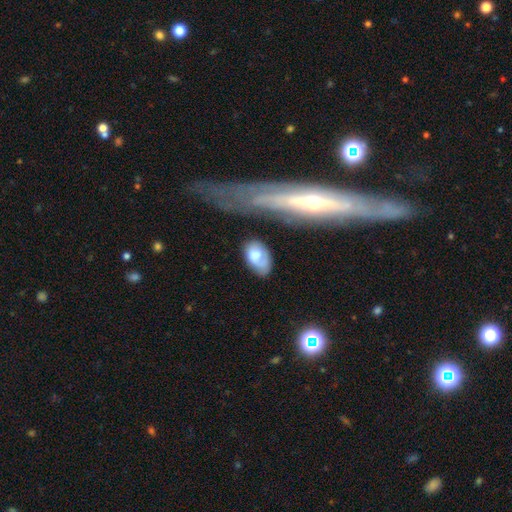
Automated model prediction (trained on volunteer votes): A smooth galaxy with no disk features (64%) that is in between round and cigar-shaped (90%).

Vote fractions:
- Smooth or featured? smooth: 64% / featured or disk: 29% / star or artifact: 7%
- How rounded? in between: 90% / round: 8% / cigar-shaped: 2%
- Merging? none: 47% / minor disturbance: 28% / major disturbance: 15% / merger: 10%